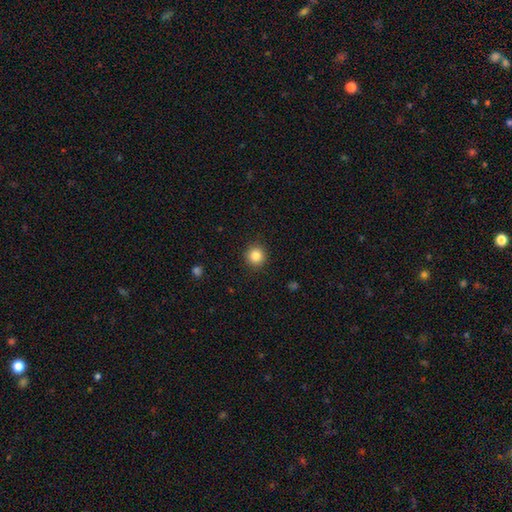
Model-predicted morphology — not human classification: This is clearly a smooth galaxy (84%). How rounded: clearly round (94%). Merging: clearly none (92%).